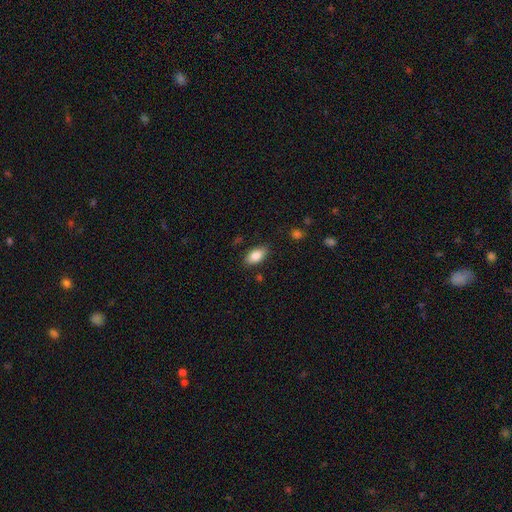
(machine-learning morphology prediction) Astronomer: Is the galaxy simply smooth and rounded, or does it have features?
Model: smooth — 86%.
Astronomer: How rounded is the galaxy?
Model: in between — 92%.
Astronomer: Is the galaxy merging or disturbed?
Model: none — 84%.